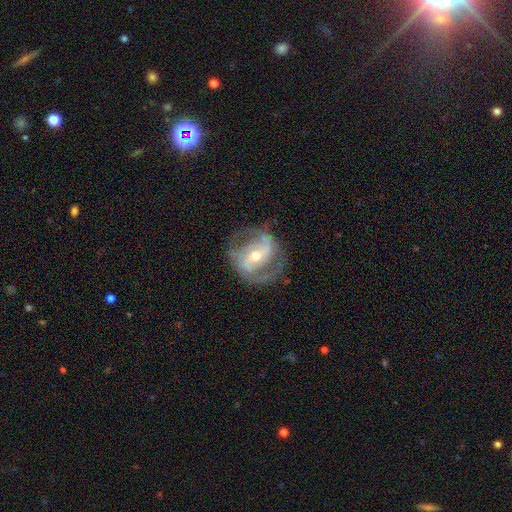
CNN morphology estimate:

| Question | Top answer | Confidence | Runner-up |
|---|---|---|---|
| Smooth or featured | featured or disk | 86% | smooth (8%) |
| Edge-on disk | no | 97% | yes (3%) |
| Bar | strong | 40% | weak (37%) |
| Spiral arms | yes | 92% | no (8%) |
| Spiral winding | medium | 51% | tight (25%) |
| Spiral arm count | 2 | 82% | can't tell (7%) |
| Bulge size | moderate | 57% | small (39%) |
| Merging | none | 69% | minor disturbance (17%) |